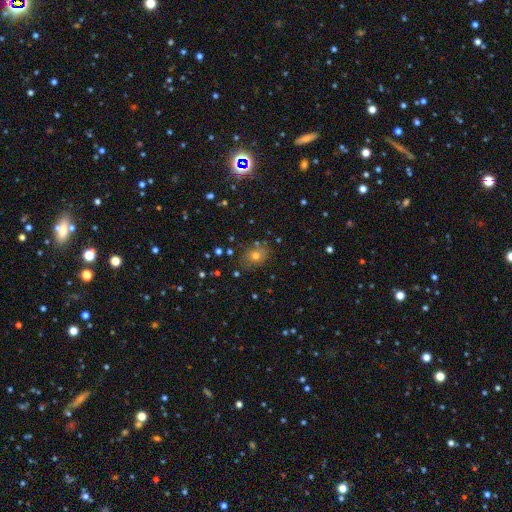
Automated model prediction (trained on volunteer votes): Smooth or featured?
  - smooth: 69% *
  - star or artifact: 18%
  - featured or disk: 14%
How rounded?
  - in between: 55% *
  - round: 43%
  - cigar-shaped: 1%
Merging?
  - none: 78% *
  - minor disturbance: 14%
  - major disturbance: 4%
  - merger: 3%